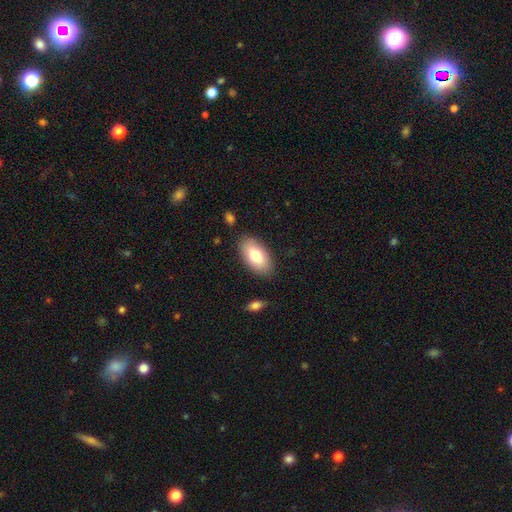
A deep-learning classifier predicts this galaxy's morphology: The model was most divided on "smooth or featured": smooth: 77%, featured or disk: 17%, star or artifact: 6%. More confident: how rounded — in between (94%); merging — none (85%).